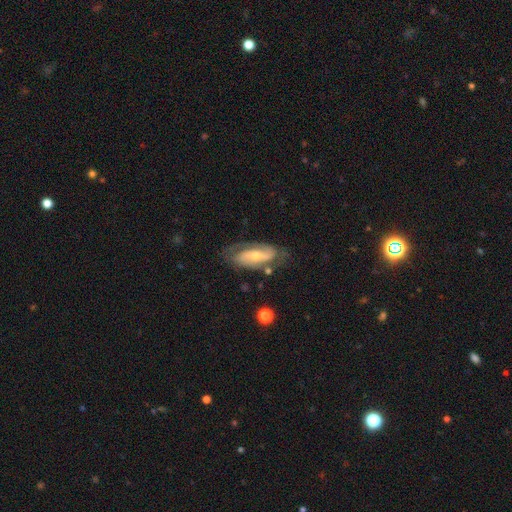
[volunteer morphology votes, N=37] A featured or disk galaxy (95%) with no bar (53%), 2 (87%) medium (43%) spiral arms (94%) and a small central bulge (69%). Merging: none (83%).